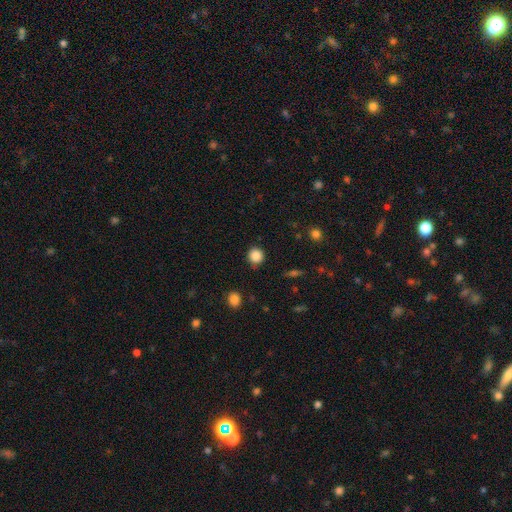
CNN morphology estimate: smooth-or-featured: smooth: 87% | star or artifact: 10% | featured or disk: 3%
  how-rounded: round: 91% | in between: 8% | cigar-shaped: 1%
  merging: none: 88% | minor disturbance: 9% | major disturbance: 2% | merger: 2%